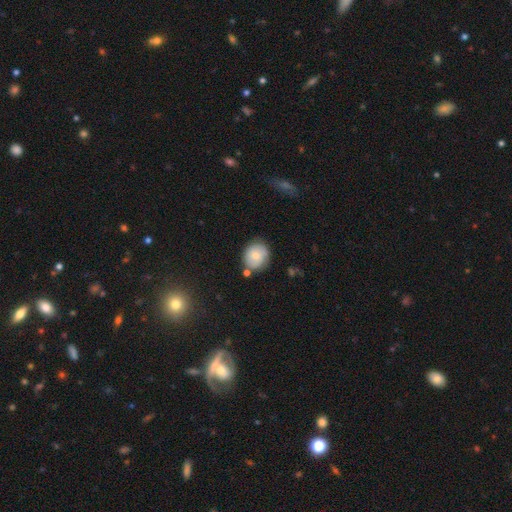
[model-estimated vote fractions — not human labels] A smooth galaxy with no disk features (72%) that is round (70%). Merging: none (70%).